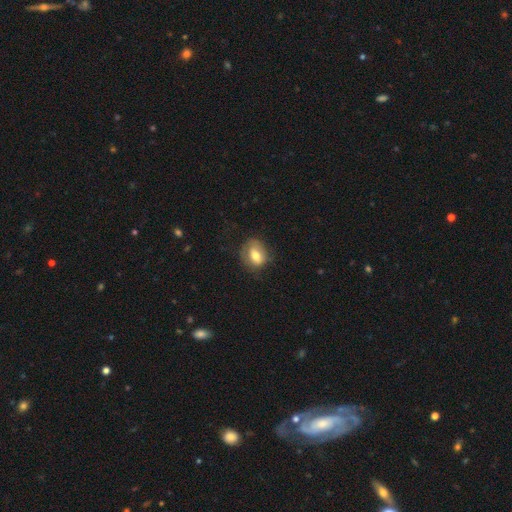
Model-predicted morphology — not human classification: This is likely a smooth galaxy (69%). How rounded: likely in between (66%). Merging: likely none (66%).